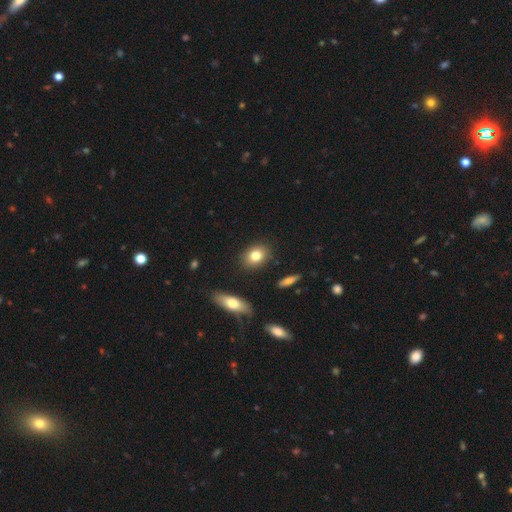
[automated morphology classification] This is clearly a smooth galaxy (80%). How rounded: likely in between (60%). Merging: clearly none (87%).